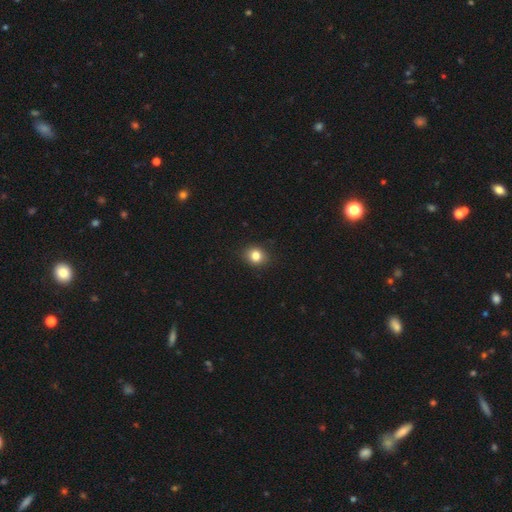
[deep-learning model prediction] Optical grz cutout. It shows a smooth galaxy with no disk features (83%) that is round (74%). Merging: none (90%).